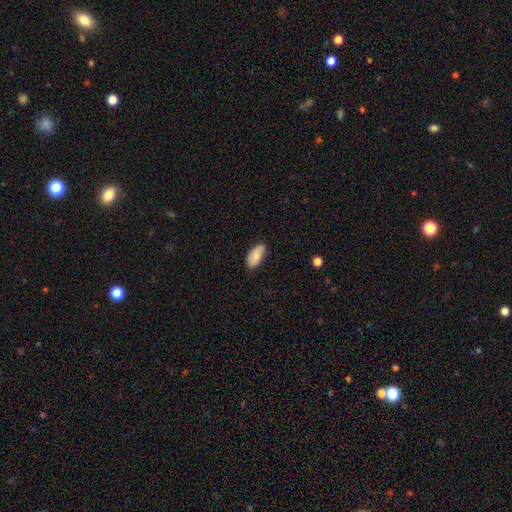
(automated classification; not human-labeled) Smooth or featured? Predicted: smooth (p=0.74). How rounded? Predicted: in between (p=0.93). Merging? Predicted: none (p=0.72).